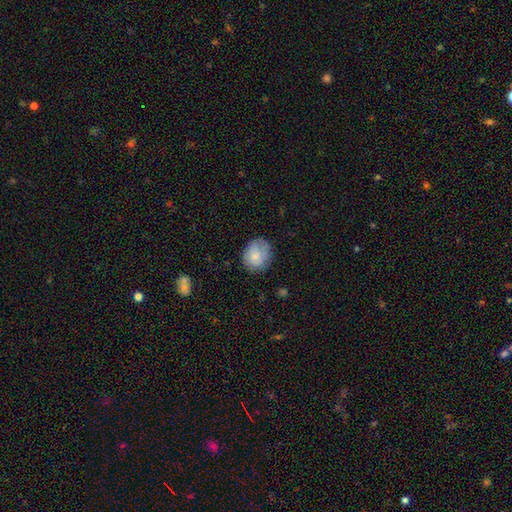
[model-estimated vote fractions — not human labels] The model was most divided on "how rounded": round: 66%, in between: 33%, cigar-shaped: 1%. More confident: smooth or featured — smooth (77%); merging — none (69%).